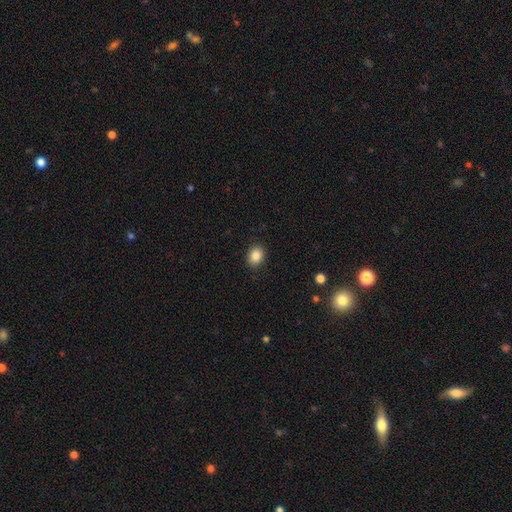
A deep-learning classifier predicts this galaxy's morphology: Smooth or featured? smooth (88%)
How rounded? in between (58%)
Merging? none (90%)